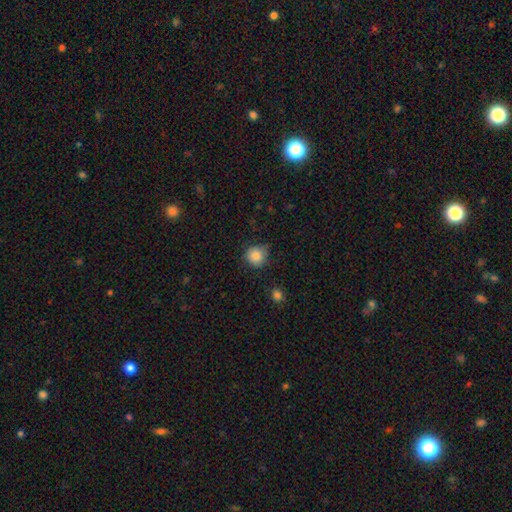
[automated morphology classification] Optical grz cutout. It shows a smooth galaxy with no disk features (84%) that is round (91%). Merging: none (75%).